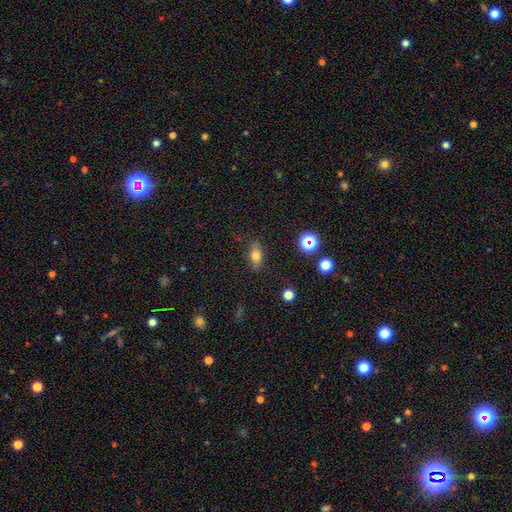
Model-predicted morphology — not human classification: smooth_or_featured: smooth (p=0.71) [alt: featured or disk p=0.18]
how_rounded: in between (p=0.74) [alt: cigar-shaped p=0.14]
merging: none (p=0.84) [alt: minor disturbance p=0.12]